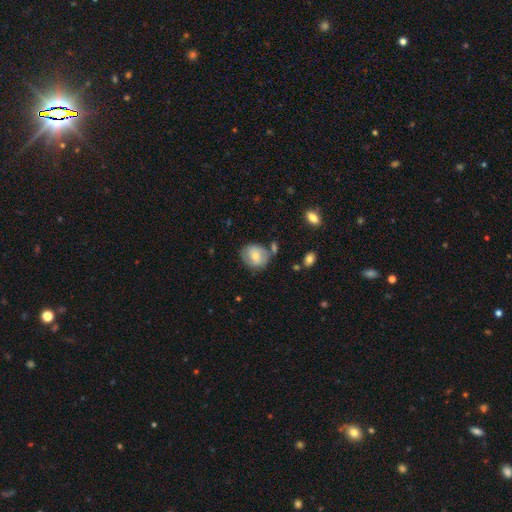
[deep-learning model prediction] smooth-or-featured: smooth: 63% | featured or disk: 29% | star or artifact: 8%
  how-rounded: round: 69% | in between: 30% | cigar-shaped: 1%
  merging: none: 60% | minor disturbance: 21% | merger: 12% | major disturbance: 7%